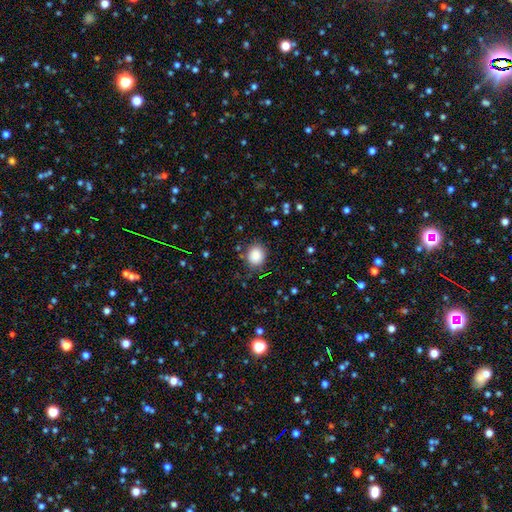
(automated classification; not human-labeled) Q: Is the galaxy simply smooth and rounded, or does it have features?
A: smooth — 87%.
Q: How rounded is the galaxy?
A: round — 73%.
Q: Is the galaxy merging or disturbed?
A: none — 84%.